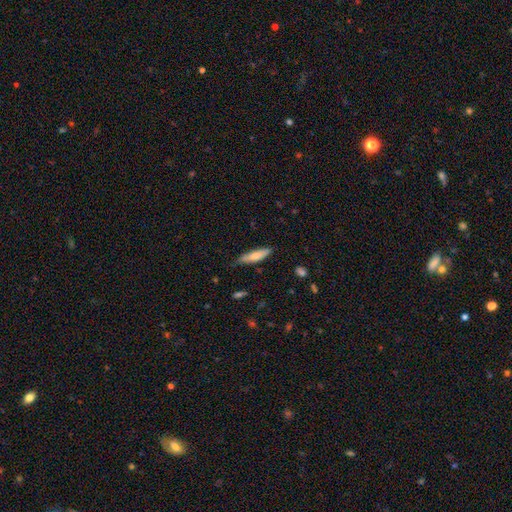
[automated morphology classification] Smooth or featured? Predicted: smooth (p=0.73). How rounded? Predicted: cigar-shaped (p=0.70). Merging? Predicted: none (p=0.76).